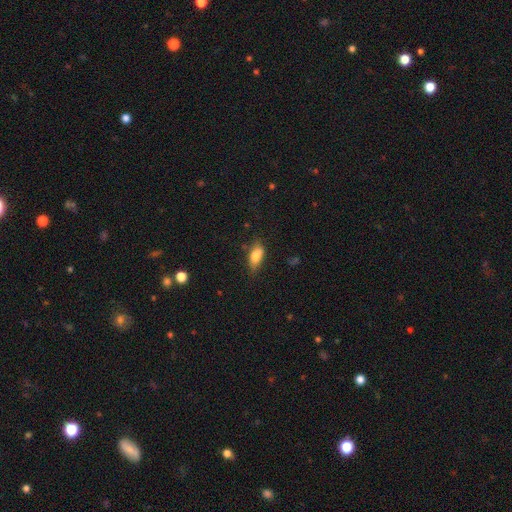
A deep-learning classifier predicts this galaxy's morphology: A smooth galaxy with no disk features (78%) that is in between round and cigar-shaped (81%). Merging: none (62%).